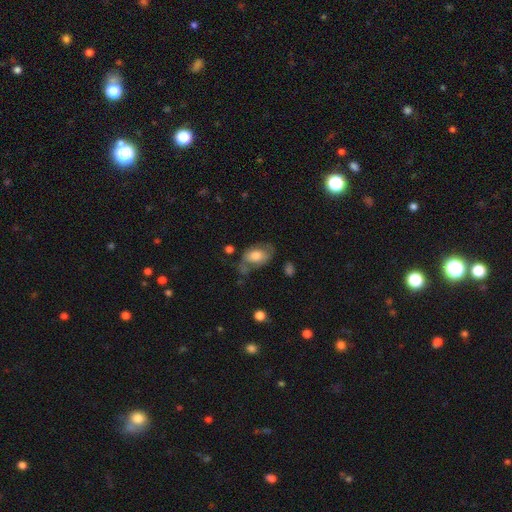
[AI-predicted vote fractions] smooth-or-featured: smooth: 63% | featured or disk: 30% | star or artifact: 7%
  how-rounded: in between: 89% | round: 9% | cigar-shaped: 2%
  merging: none: 39% | minor disturbance: 30% | major disturbance: 24% | merger: 7%